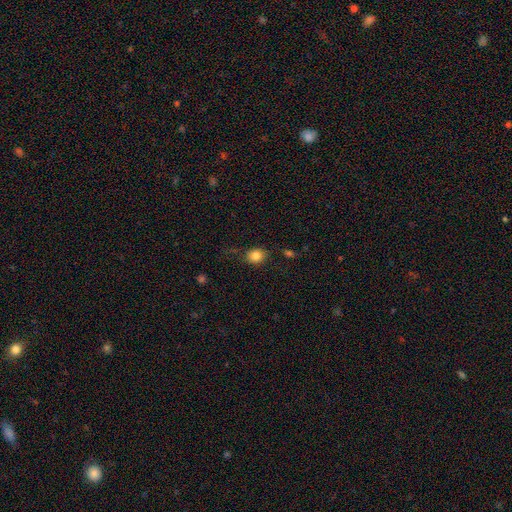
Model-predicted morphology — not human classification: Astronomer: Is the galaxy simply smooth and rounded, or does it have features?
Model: smooth — 82%.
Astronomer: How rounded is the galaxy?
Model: round — 64%.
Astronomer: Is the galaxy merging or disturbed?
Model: none — 76%.